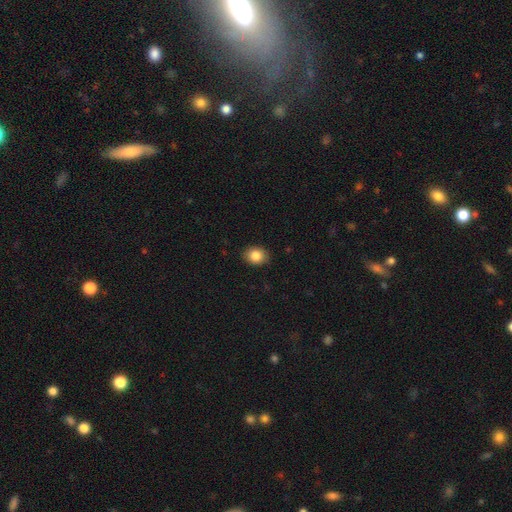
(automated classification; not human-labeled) This is clearly a smooth galaxy (85%). How rounded: possibly in between (60%). Merging: clearly none (88%).